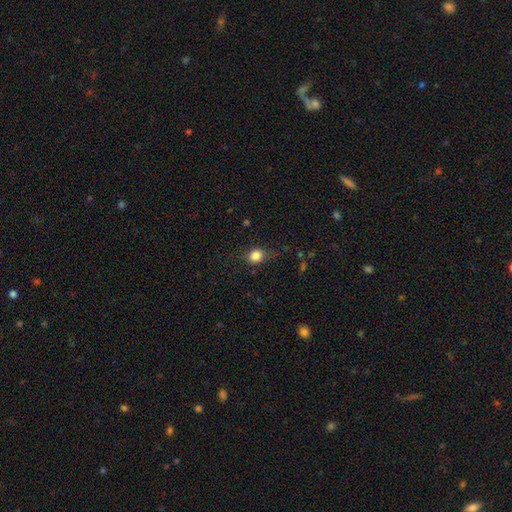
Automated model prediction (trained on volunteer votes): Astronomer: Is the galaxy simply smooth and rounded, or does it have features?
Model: smooth — 82%.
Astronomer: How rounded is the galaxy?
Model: round — 59% (runner-up: in between, 40%).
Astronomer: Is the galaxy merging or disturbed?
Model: none — 72%.